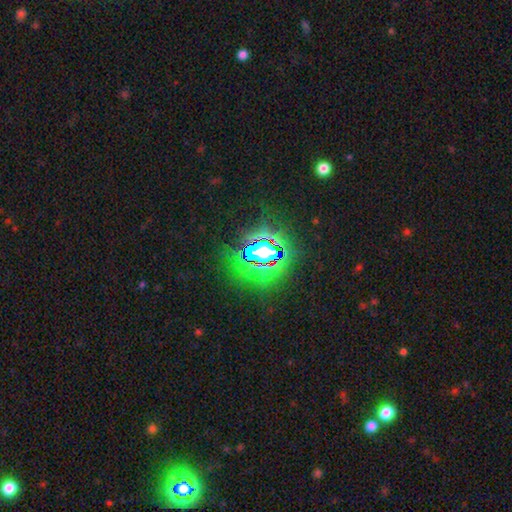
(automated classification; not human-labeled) smooth_or_featured: star or artifact (p=0.82) [alt: smooth p=0.11]